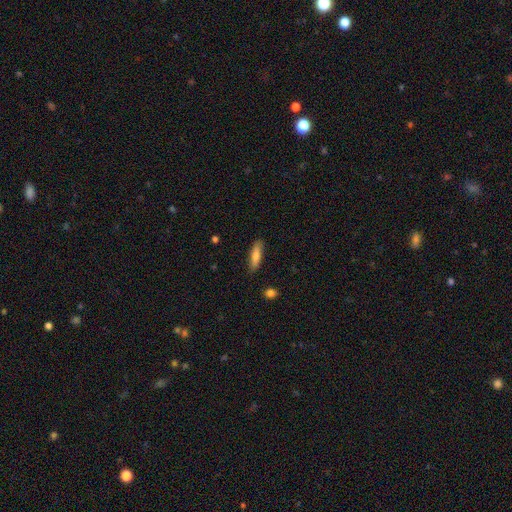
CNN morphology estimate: Smooth or featured? Predicted: smooth (p=0.75). How rounded? Predicted: cigar-shaped (p=0.68). Merging? Predicted: none (p=0.86).